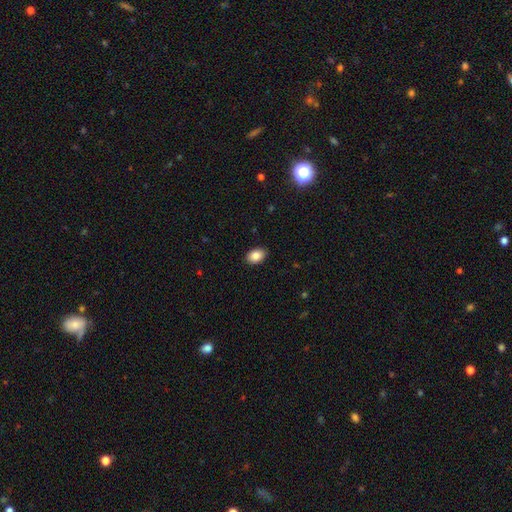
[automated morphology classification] smooth_or_featured: smooth (p=0.86) [alt: star or artifact p=0.08]
how_rounded: in between (p=0.85) [alt: round p=0.14]
merging: none (p=0.89) [alt: minor disturbance p=0.08]